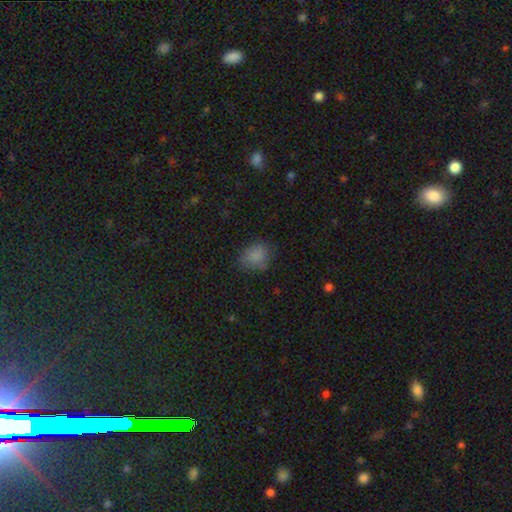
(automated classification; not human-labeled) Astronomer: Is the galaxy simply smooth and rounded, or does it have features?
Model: smooth — 80%.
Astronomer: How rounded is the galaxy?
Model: round — 53% (runner-up: in between, 46%).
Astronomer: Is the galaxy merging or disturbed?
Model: none — 66%.